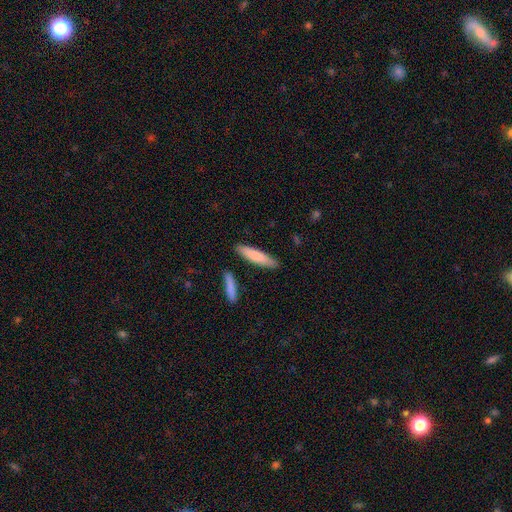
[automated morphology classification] A smooth galaxy with no disk features (80%) that is cigar-shaped (79%).

Vote fractions:
- Smooth or featured? smooth: 80% / featured or disk: 15% / star or artifact: 5%
- How rounded? cigar-shaped: 79% / in between: 20% / round: 1%
- Merging? none: 86% / minor disturbance: 9% / merger: 3% / major disturbance: 2%